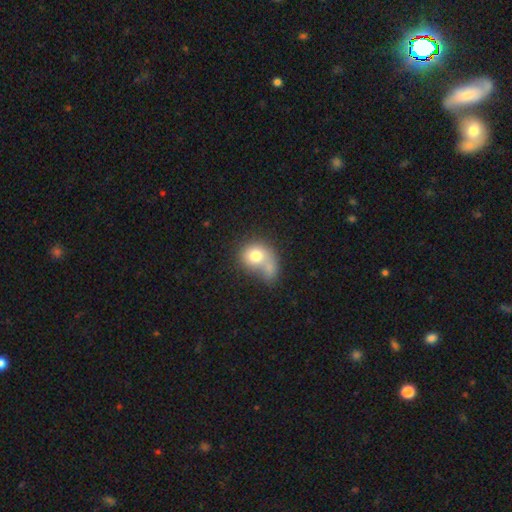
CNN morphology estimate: smooth 75%, featured or disk 17%, star or artifact 8%. Down the decision tree: how rounded — round (65%); merging — merger (56%).